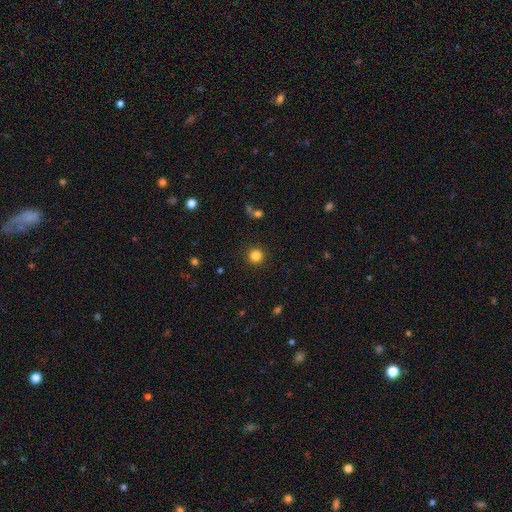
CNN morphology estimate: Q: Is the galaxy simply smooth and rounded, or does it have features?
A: smooth — 84%.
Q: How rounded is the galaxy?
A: round — 95%.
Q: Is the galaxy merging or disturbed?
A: none — 92%.